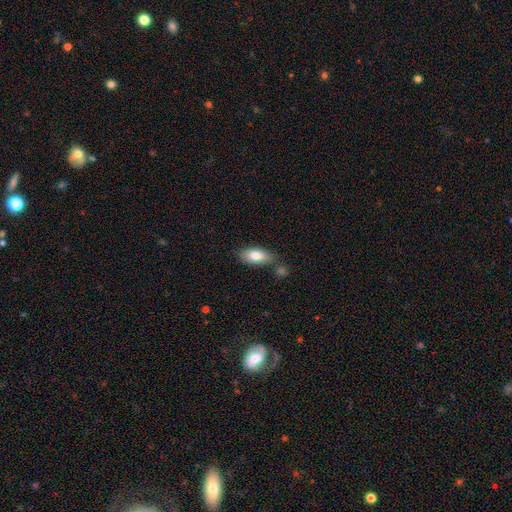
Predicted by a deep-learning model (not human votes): The model was most divided on "merging": none: 68%, minor disturbance: 17%, merger: 11%, major disturbance: 4%. More confident: how rounded — in between (88%); smooth or featured — smooth (81%).